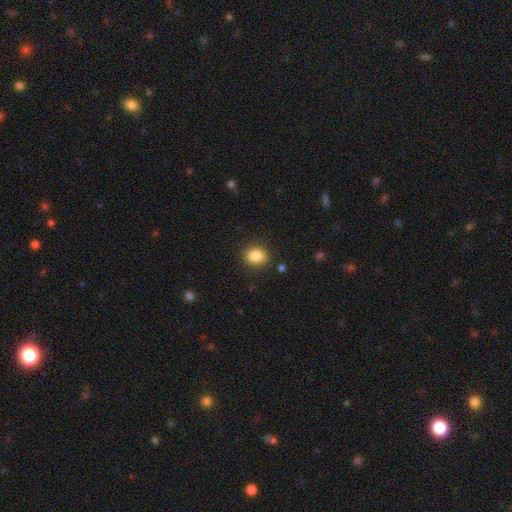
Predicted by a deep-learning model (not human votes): Smooth or featured?
  - smooth: 85% *
  - star or artifact: 10%
  - featured or disk: 5%
How rounded?
  - round: 60% *
  - in between: 39%
  - cigar-shaped: 1%
Merging?
  - none: 87% *
  - minor disturbance: 9%
  - major disturbance: 2%
  - merger: 2%